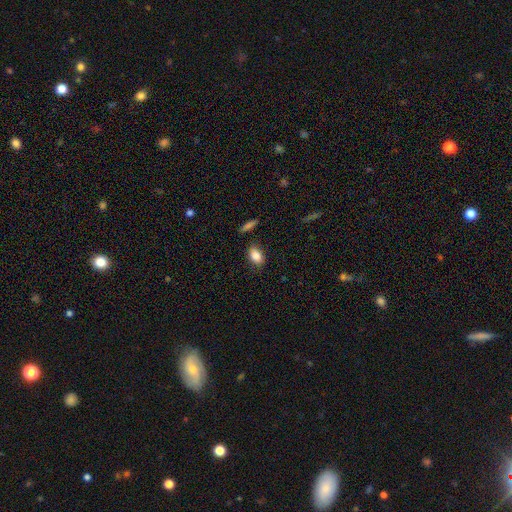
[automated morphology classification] smooth-or-featured: smooth: 85% | star or artifact: 8% | featured or disk: 8%
  how-rounded: in between: 85% | round: 12% | cigar-shaped: 3%
  merging: none: 78% | minor disturbance: 15% | major disturbance: 3% | merger: 3%